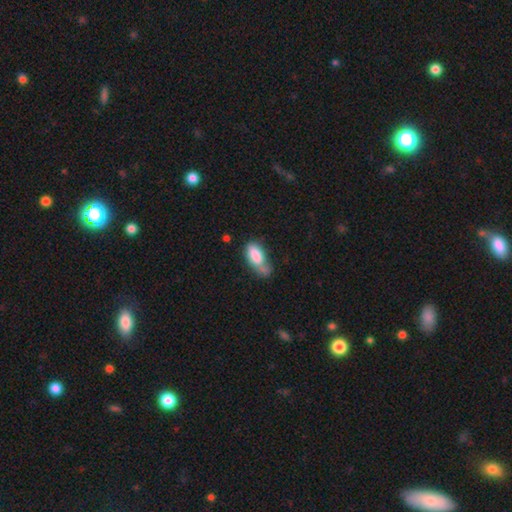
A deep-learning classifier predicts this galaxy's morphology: Smooth or featured?
  - smooth: 82% *
  - featured or disk: 11%
  - star or artifact: 7%
How rounded?
  - in between: 89% *
  - cigar-shaped: 7%
  - round: 4%
Merging?
  - none: 34% *
  - minor disturbance: 28%
  - merger: 24%
  - major disturbance: 14%